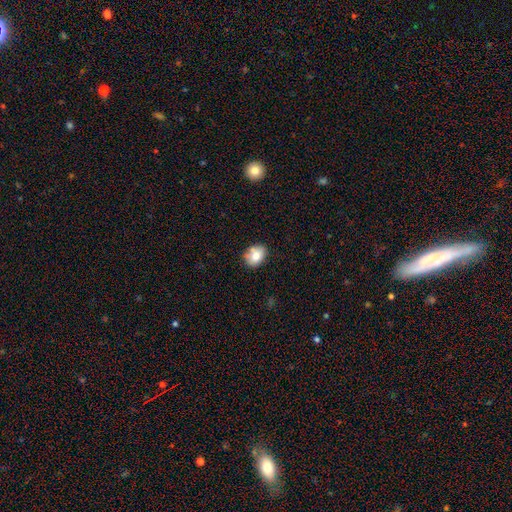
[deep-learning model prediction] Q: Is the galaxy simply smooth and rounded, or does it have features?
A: smooth — 78%.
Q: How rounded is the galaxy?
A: in between — 59%.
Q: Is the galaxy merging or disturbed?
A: none — 66%.